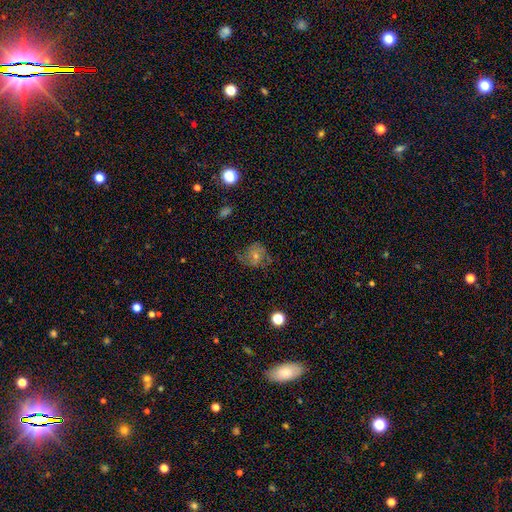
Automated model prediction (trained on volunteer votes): Smooth or featured: featured or disk — 59% (smooth — 23%)
Edge-on disk: no — 97% (yes — 3%)
Bar: no — 71% (weak — 24%)
Spiral arms: yes — 86% (no — 14%)
Bulge size: small — 52% (moderate — 41%)
Merging: none — 67% (minor disturbance — 20%)